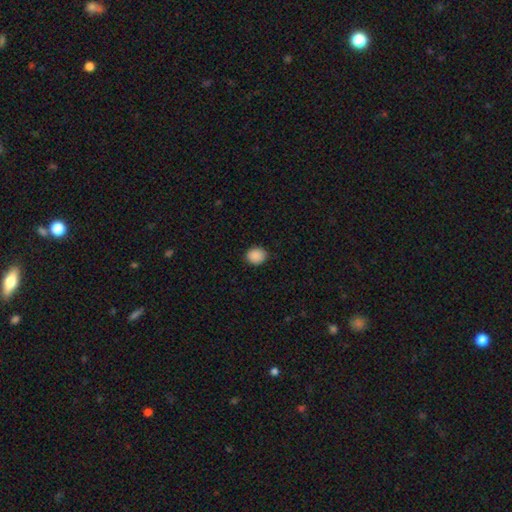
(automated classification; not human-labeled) Morphology: type=smooth (89%); roundness=round (71%); merging=none (88%).